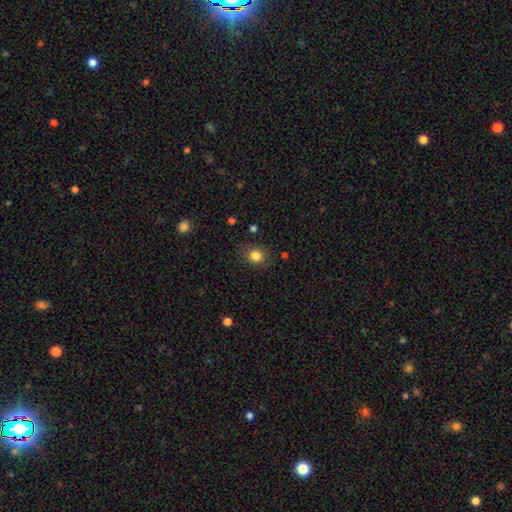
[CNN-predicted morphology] This appears to be a smooth galaxy with no disk features (83%) that is round (75%). Merging: none (82%).